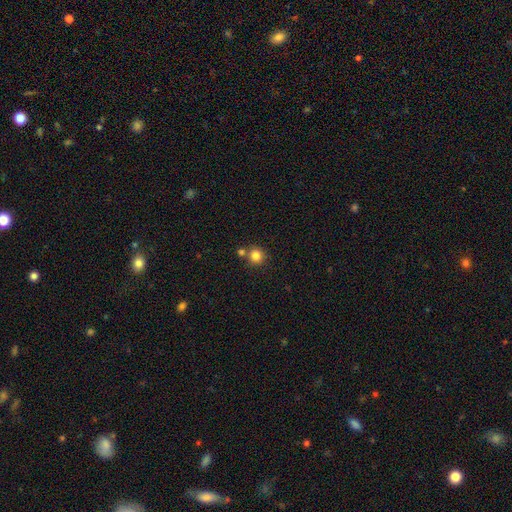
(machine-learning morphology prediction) smooth 82%, star or artifact 11%, featured or disk 6%. Down the decision tree: how rounded — round (94%); merging — none (71%).